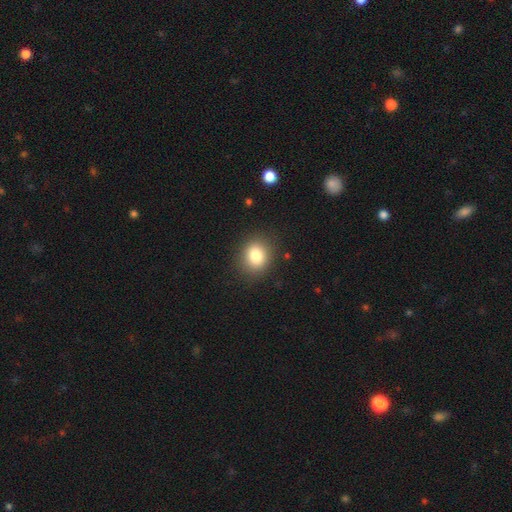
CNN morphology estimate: Smooth or featured: smooth — 83% (star or artifact — 10%)
How rounded: round — 57% (in between — 42%)
Merging: none — 86% (minor disturbance — 9%)